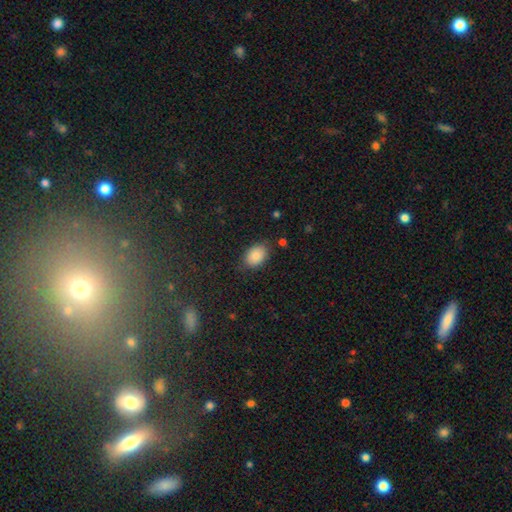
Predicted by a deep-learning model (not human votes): Morphology: type=smooth (86%); roundness=in between (83%); merging=none (81%).